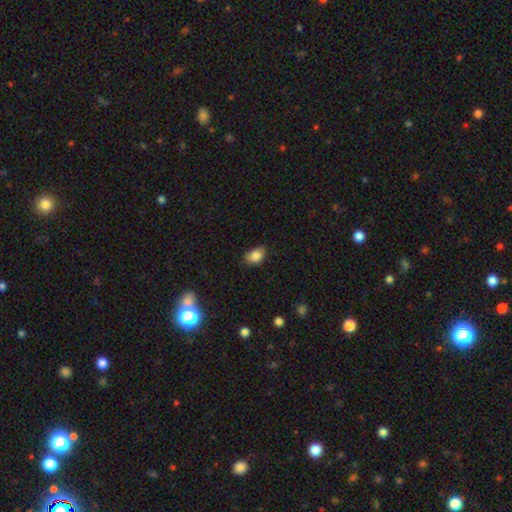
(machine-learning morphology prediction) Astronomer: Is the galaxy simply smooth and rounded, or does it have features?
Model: smooth — 85%.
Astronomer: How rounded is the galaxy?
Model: in between — 78%.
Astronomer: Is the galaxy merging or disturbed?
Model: none — 70%.